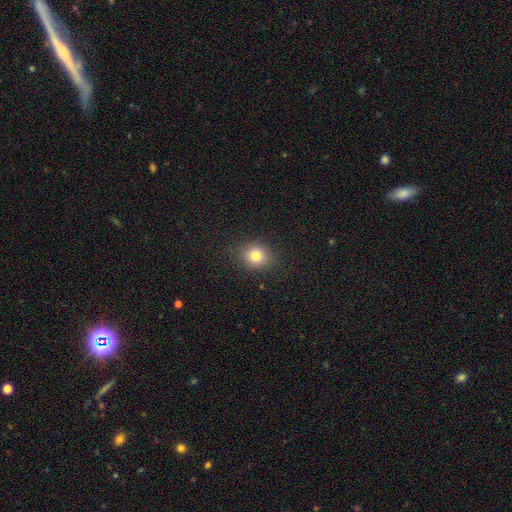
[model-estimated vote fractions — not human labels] Smooth or featured: smooth — 80% (star or artifact — 12%)
How rounded: round — 74% (in between — 26%)
Merging: none — 87% (minor disturbance — 8%)